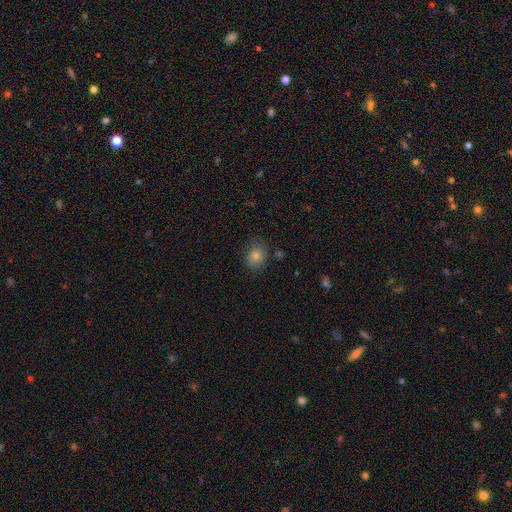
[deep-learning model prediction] Q: Smooth or featured?
A: smooth (78%); runner-up: star or artifact (14%)
Q: How rounded?
A: round (57%); runner-up: in between (42%)
Q: Merging?
A: none (81%); runner-up: minor disturbance (14%)